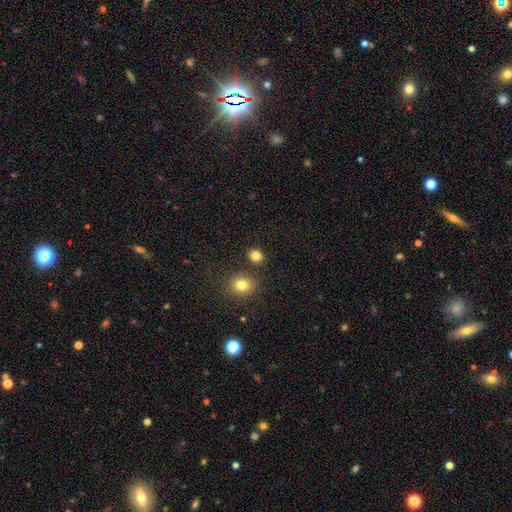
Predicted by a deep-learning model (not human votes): The model was most divided on "how rounded": round: 66%, in between: 33%, cigar-shaped: 1%. More confident: smooth or featured — smooth (83%); merging — none (83%).